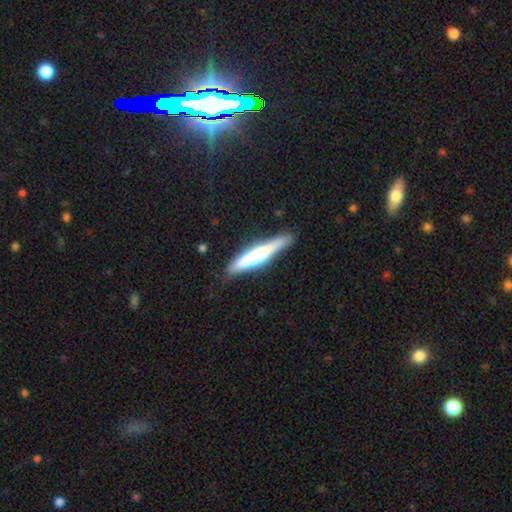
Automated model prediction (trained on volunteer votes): Smooth or featured?
  - smooth: 53% *
  - featured or disk: 40%
  - star or artifact: 7%
How rounded?
  - cigar-shaped: 92% *
  - in between: 7%
  - round: 1%
Merging?
  - none: 80% *
  - minor disturbance: 15%
  - major disturbance: 3%
  - merger: 2%